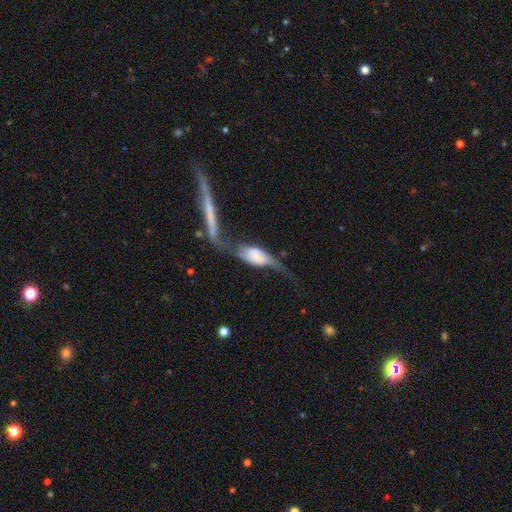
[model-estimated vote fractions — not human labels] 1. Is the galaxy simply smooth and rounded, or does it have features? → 58% featured or disk, 34% smooth, 7% star or artifact.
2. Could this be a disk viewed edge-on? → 66% no, 34% yes.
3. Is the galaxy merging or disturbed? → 33% merger, 30% major disturbance, 21% none, 16% minor disturbance.